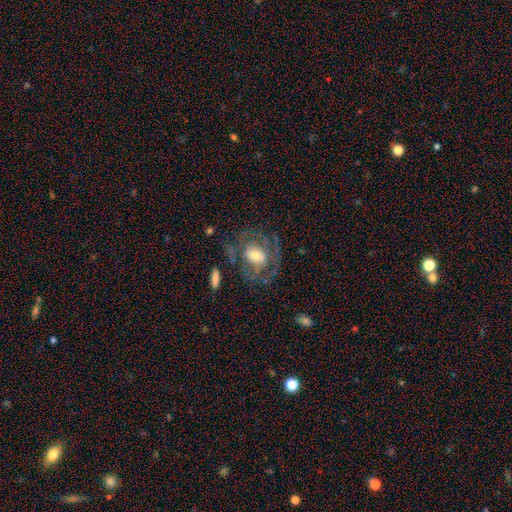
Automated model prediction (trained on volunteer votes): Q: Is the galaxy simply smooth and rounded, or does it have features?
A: featured or disk — 61%.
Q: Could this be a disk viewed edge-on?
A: no — 94%.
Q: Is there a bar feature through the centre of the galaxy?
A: no — 52%.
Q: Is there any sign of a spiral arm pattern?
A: no — 51%.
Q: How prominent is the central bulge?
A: moderate — 60%.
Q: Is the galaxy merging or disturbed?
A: none — 60%.